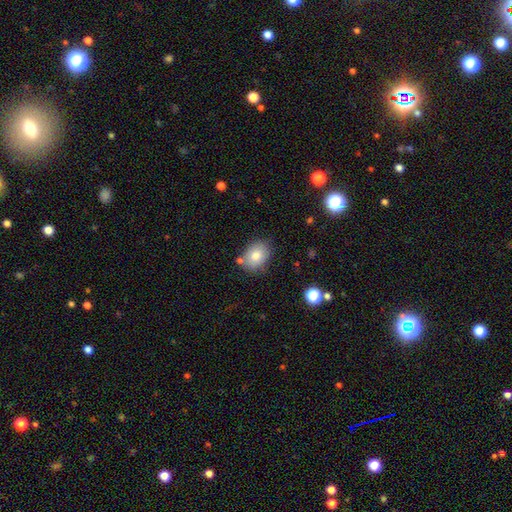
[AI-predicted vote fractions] Smooth or featured? Predicted: smooth (p=0.78). How rounded? Predicted: in between (p=0.56). Merging? Predicted: none (p=0.76).